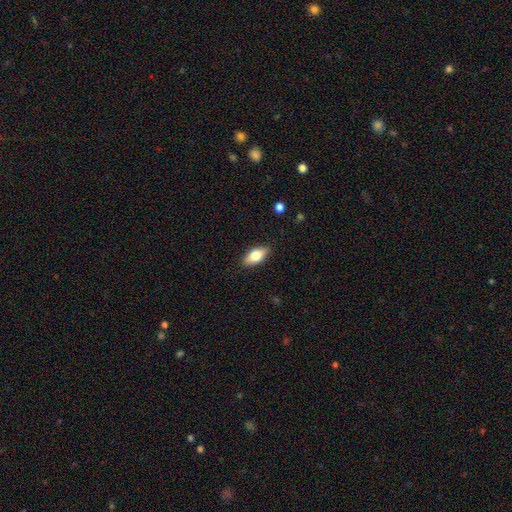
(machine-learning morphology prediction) Smooth or featured: smooth — 73% (featured or disk — 20%)
How rounded: in between — 87% (cigar-shaped — 9%)
Merging: none — 87% (minor disturbance — 9%)